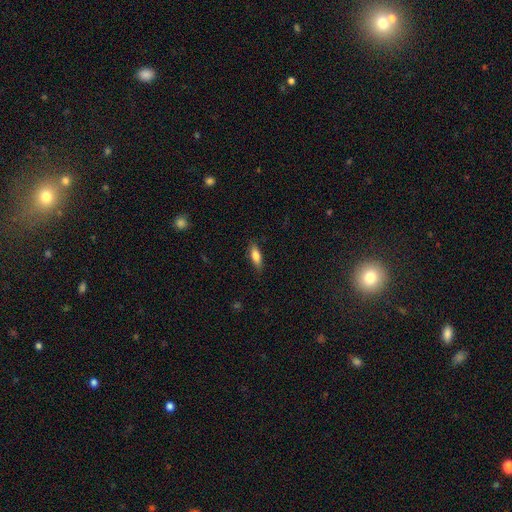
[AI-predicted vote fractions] smooth_or_featured: smooth (p=0.79) [alt: featured or disk p=0.14]
how_rounded: in between (p=0.61) [alt: cigar-shaped p=0.37]
merging: none (p=0.83) [alt: minor disturbance p=0.13]